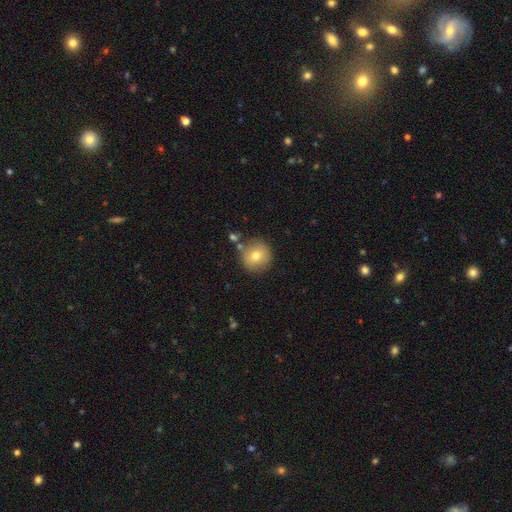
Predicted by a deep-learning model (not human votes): Q: Smooth or featured?
A: smooth (75%); runner-up: featured or disk (15%)
Q: How rounded?
A: round (93%); runner-up: in between (6%)
Q: Merging?
A: none (80%); runner-up: minor disturbance (10%)